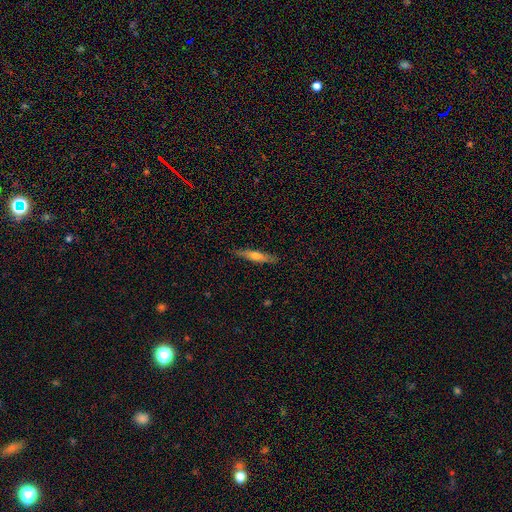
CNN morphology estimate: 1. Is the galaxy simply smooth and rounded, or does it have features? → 52% smooth, 42% featured or disk, 6% star or artifact.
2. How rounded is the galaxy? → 86% cigar-shaped, 12% in between, 2% round.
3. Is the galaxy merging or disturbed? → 88% none, 9% minor disturbance, 2% major disturbance, 1% merger.